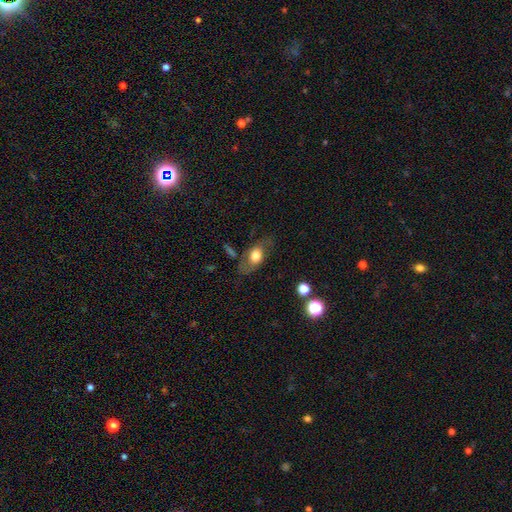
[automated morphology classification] Overall: smooth (59%; featured or disk 33%). How rounded: in between (79%). Merging: none (63%).